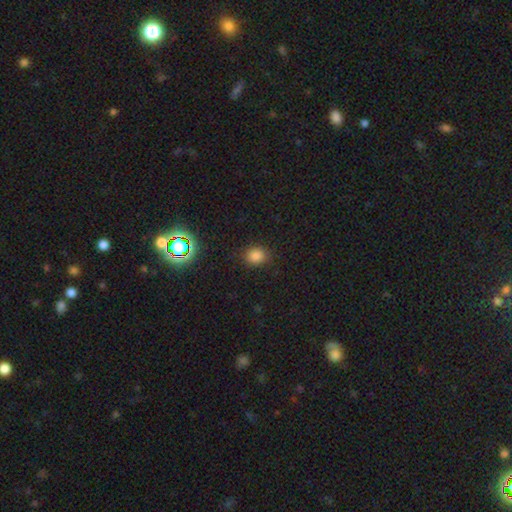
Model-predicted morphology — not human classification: Q: Smooth or featured?
A: smooth (79%); runner-up: star or artifact (16%)
Q: How rounded?
A: round (63%); runner-up: in between (36%)
Q: Merging?
A: none (85%); runner-up: minor disturbance (11%)